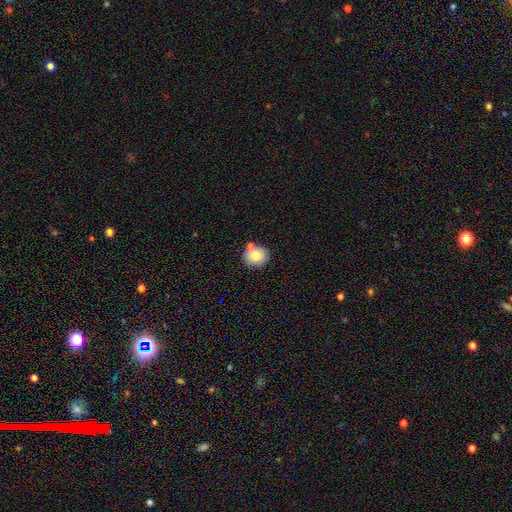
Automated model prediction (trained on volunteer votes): Smooth or featured? smooth (78%)
How rounded? round (73%)
Merging? none (68%)